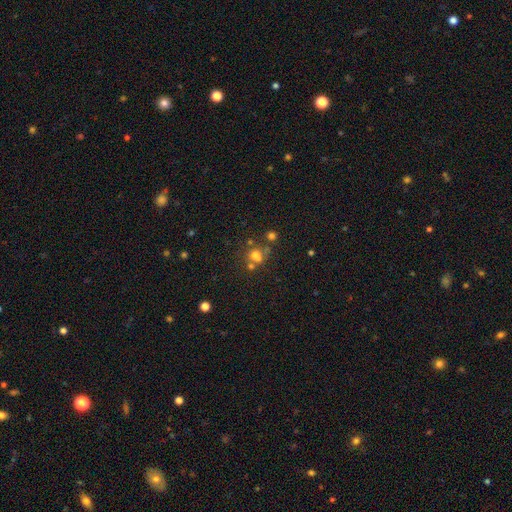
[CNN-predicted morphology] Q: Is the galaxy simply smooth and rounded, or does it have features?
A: smooth — 63%.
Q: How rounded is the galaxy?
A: round — 70%.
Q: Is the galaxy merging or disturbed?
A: none — 45%.